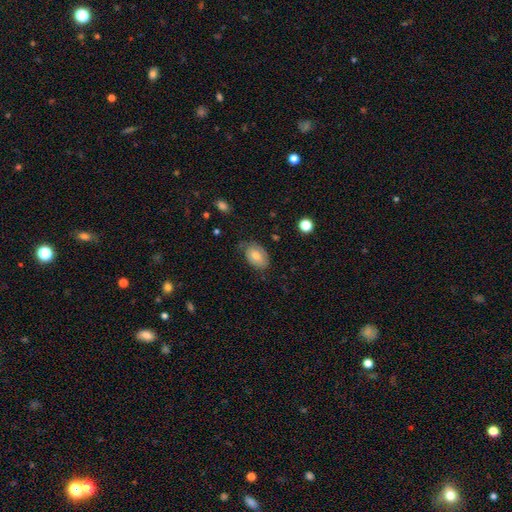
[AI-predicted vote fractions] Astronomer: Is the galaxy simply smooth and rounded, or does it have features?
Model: smooth — 62%.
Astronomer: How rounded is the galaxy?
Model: in between — 84%.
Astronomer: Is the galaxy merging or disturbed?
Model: none — 63%.